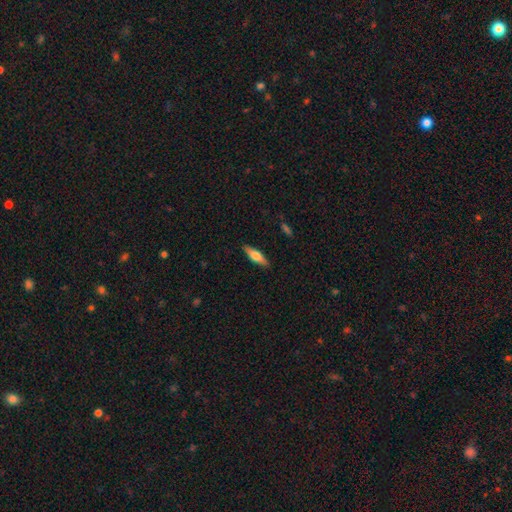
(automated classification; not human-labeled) Morphology: type=smooth (56%); roundness=cigar-shaped (53%); merging=none (88%).